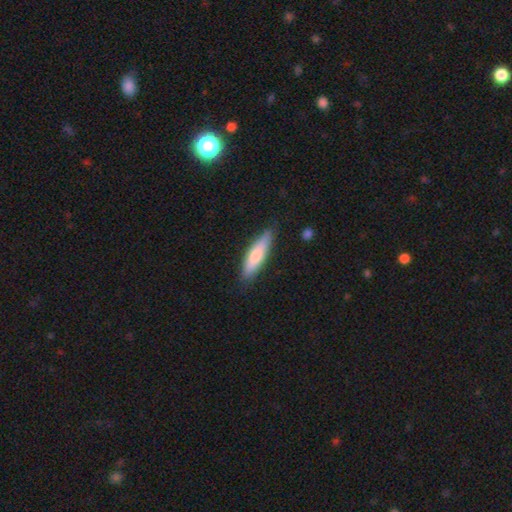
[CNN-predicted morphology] type=smooth (70%); roundness=cigar-shaped (71%); merging=none (85%).